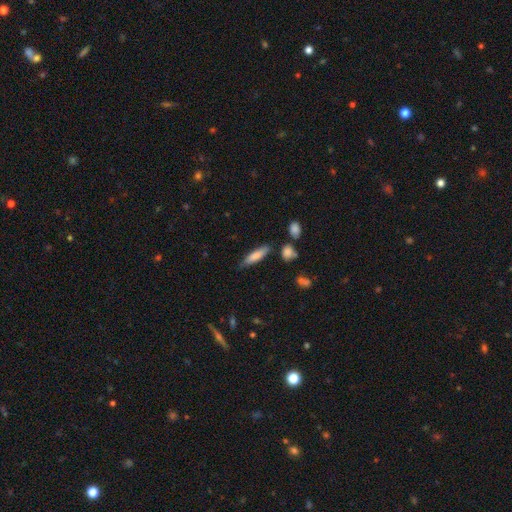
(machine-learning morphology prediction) Smooth or featured: smooth — 77% (featured or disk — 16%)
How rounded: cigar-shaped — 69% (in between — 29%)
Merging: none — 77% (minor disturbance — 15%)